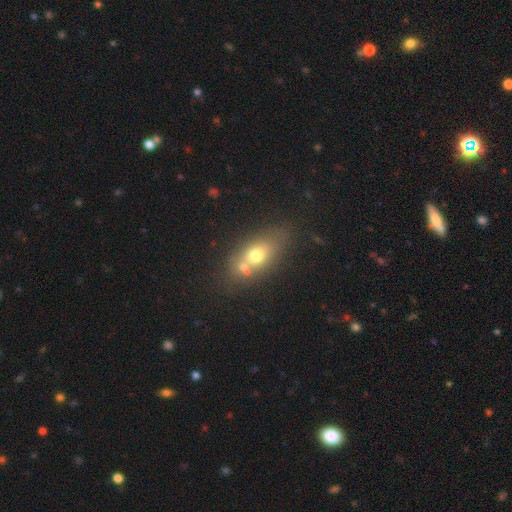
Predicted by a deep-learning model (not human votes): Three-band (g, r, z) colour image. It shows a smooth galaxy with no disk features (64%) that is in between round and cigar-shaped (72%). Merging: none (50%).